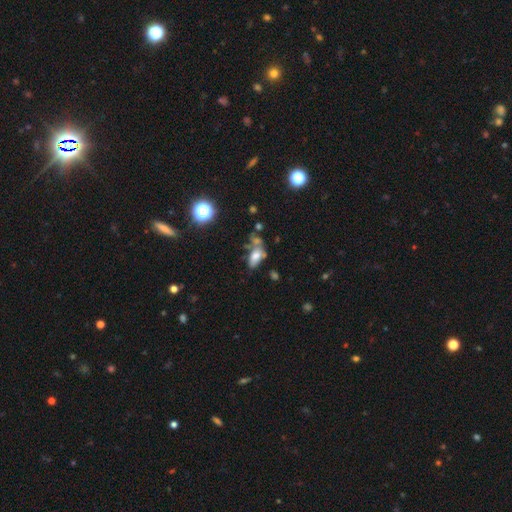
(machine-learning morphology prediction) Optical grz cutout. It shows a smooth galaxy with no disk features (63%) that is in between round and cigar-shaped (88%). Merging: none (33%).